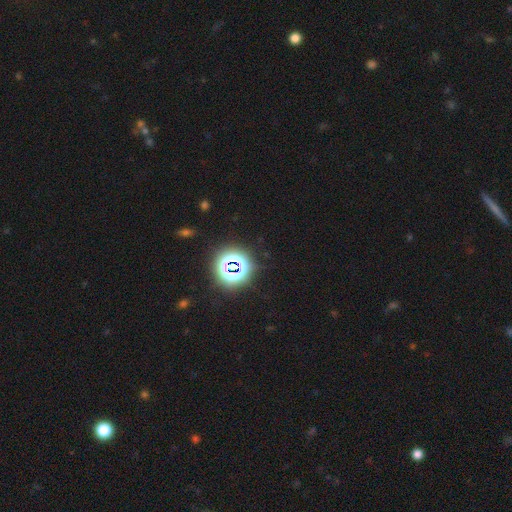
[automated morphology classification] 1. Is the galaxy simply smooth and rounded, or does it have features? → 81% star or artifact, 13% smooth, 6% featured or disk.